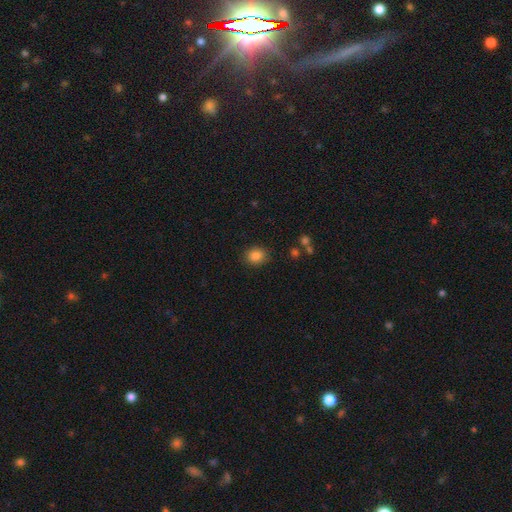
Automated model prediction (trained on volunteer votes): Overall: smooth (86%). How rounded: round (53%; in between 46%). Merging: none (85%).